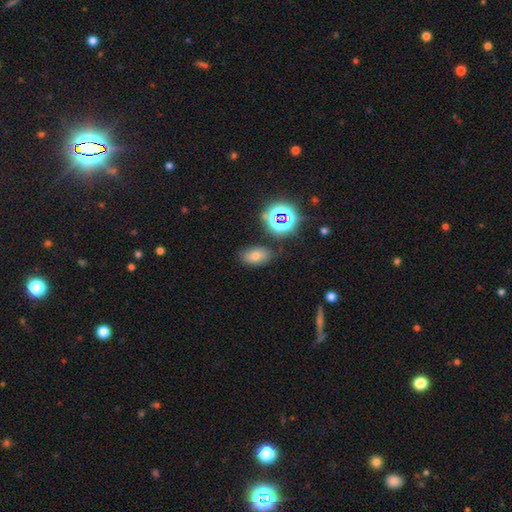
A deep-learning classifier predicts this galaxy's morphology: smooth_or_featured: smooth (p=0.59) [alt: star or artifact p=0.29]
how_rounded: in between (p=0.84) [alt: round p=0.14]
merging: none (p=0.81) [alt: minor disturbance p=0.12]